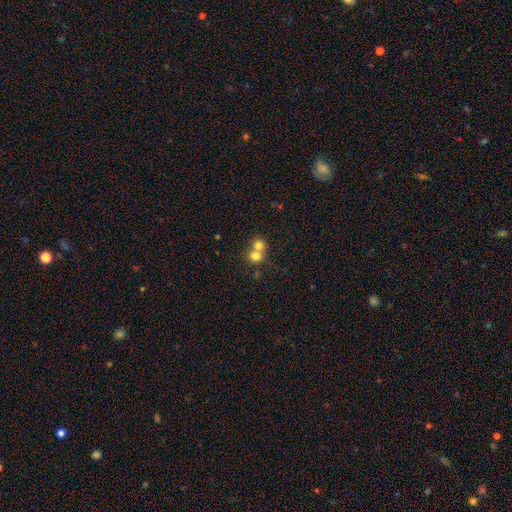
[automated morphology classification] Smooth or featured?
  - smooth: 76% *
  - featured or disk: 13%
  - star or artifact: 11%
How rounded?
  - round: 81% *
  - in between: 18%
  - cigar-shaped: 1%
Merging?
  - merger: 64% *
  - none: 30%
  - minor disturbance: 4%
  - major disturbance: 2%